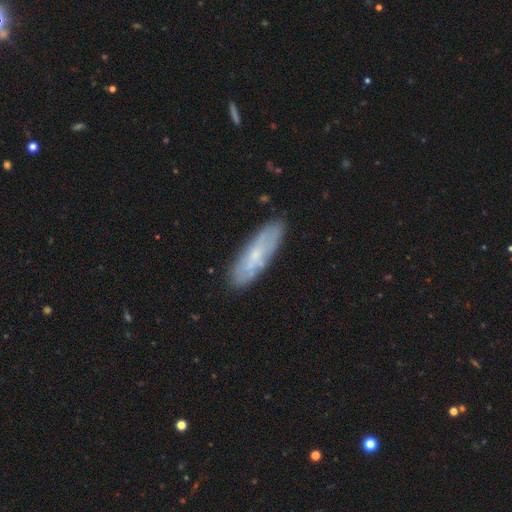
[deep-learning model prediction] smooth 50%, featured or disk 43%, star or artifact 7%. Down the decision tree: how rounded — cigar-shaped (58%); merging — none (82%).